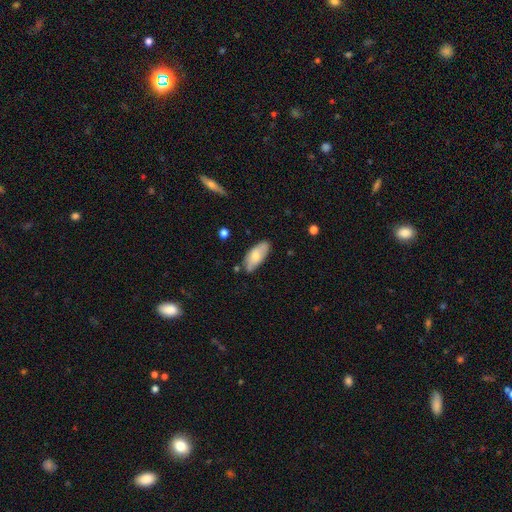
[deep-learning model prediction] Overall: smooth (68%). How rounded: in between (89%). Merging: none (66%; minor disturbance 27%).